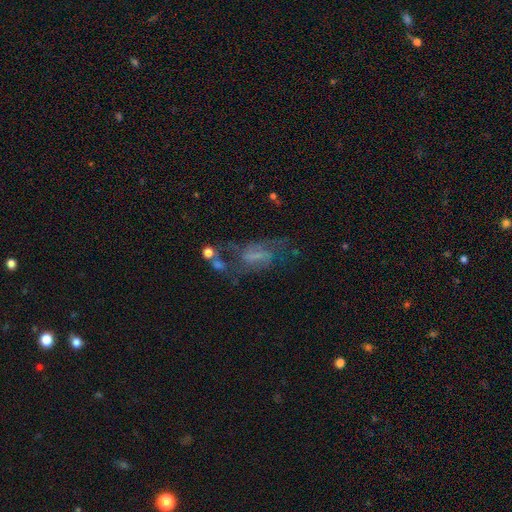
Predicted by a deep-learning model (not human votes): Smooth or featured?
  - featured or disk: 60% *
  - smooth: 24%
  - star or artifact: 16%
Edge-on disk?
  - no: 92% *
  - yes: 8%
Bar?
  - weak: 44% *
  - no: 31%
  - strong: 26%
Spiral arms?
  - yes: 70% *
  - no: 30%
Bulge size?
  - none: 49% *
  - small: 28%
  - moderate: 17%
  - large: 4%
  - dominant: 1%
Merging?
  - none: 44% *
  - major disturbance: 26%
  - minor disturbance: 19%
  - merger: 11%